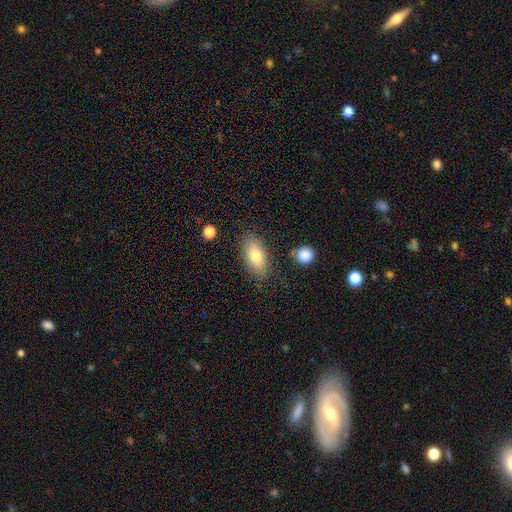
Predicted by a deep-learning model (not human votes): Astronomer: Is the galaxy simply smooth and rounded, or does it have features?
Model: smooth — 79%.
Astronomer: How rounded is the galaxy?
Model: in between — 89%.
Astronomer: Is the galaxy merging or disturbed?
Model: none — 81%.